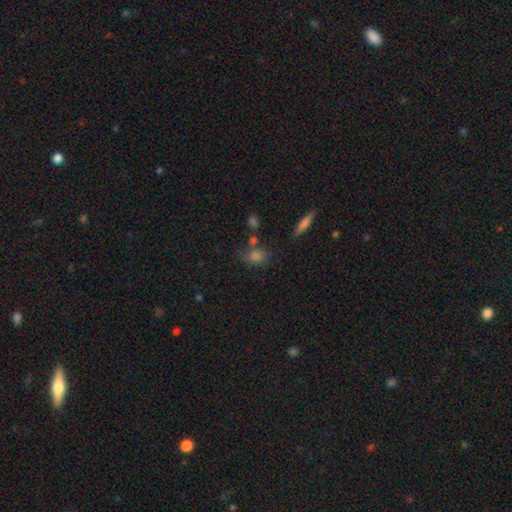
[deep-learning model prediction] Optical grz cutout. It shows a smooth galaxy with no disk features (71%) that is in between round and cigar-shaped (58%). Merging: none (60%).